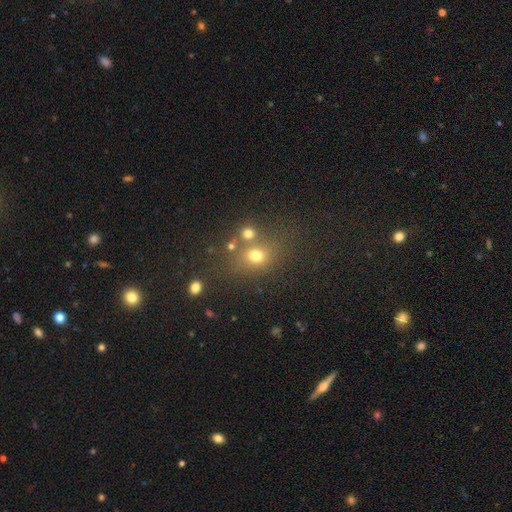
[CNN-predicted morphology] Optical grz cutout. It shows a smooth galaxy with no disk features (68%) that is round (60%). Merging: none (61%).